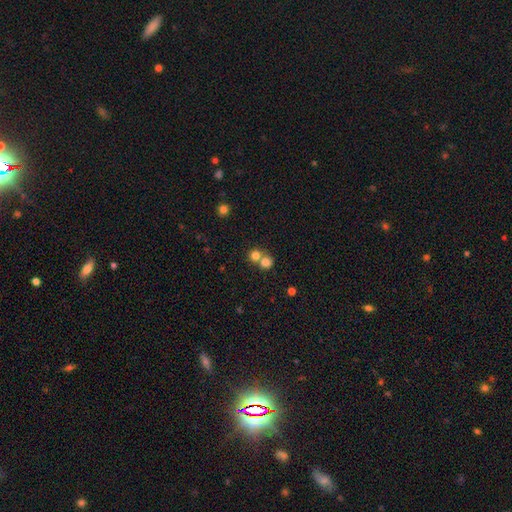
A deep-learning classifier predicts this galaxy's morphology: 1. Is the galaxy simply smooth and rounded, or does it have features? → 78% smooth, 13% star or artifact, 9% featured or disk.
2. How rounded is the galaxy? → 84% round, 15% in between, 1% cigar-shaped.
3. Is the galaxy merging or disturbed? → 51% merger, 41% none, 5% minor disturbance, 3% major disturbance.